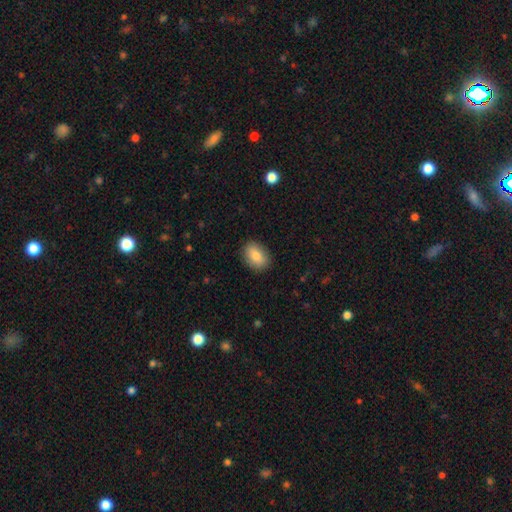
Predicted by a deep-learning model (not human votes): Smooth or featured? Predicted: smooth (p=0.84). How rounded? Predicted: in between (p=0.78). Merging? Predicted: none (p=0.88).